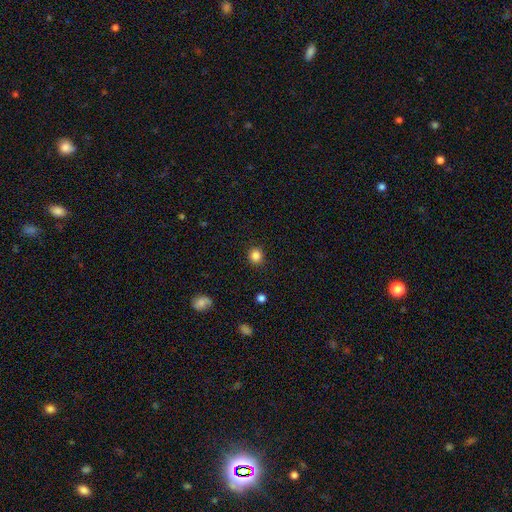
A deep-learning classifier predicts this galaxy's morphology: Smooth or featured: smooth — 85% (star or artifact — 11%)
How rounded: round — 90% (in between — 9%)
Merging: none — 91% (minor disturbance — 6%)